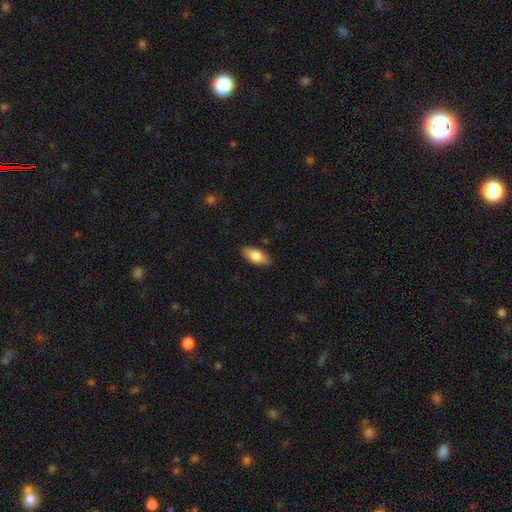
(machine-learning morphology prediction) Overall: smooth (81%). How rounded: in between (88%). Merging: none (86%).